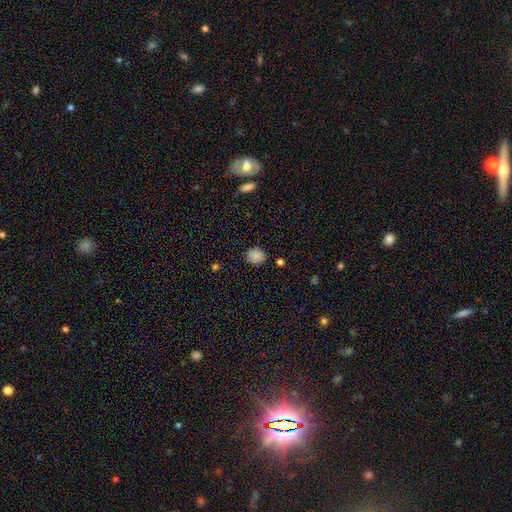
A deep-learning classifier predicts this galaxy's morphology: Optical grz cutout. It shows a smooth galaxy with no disk features (86%) that is round (82%). Merging: none (87%).